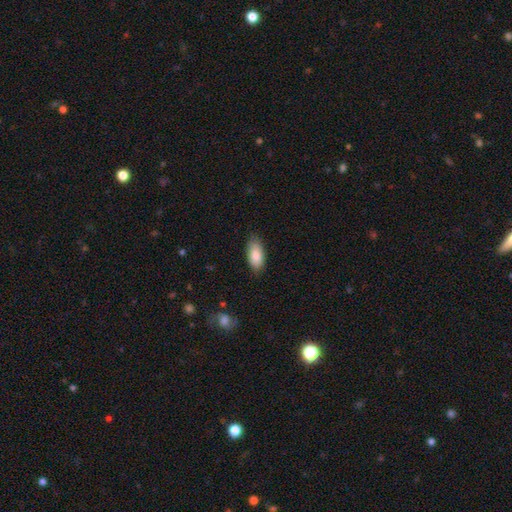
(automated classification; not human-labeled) A smooth galaxy with no disk features (85%) that is in between round and cigar-shaped (91%). Merging: none (81%).